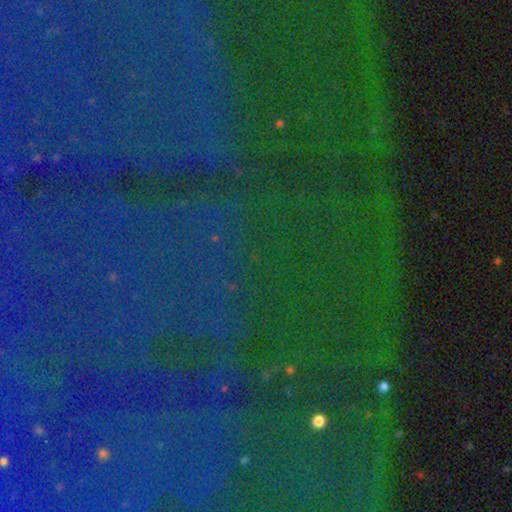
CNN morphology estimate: smooth_or_featured: star or artifact (p=0.84) [alt: smooth p=0.08]